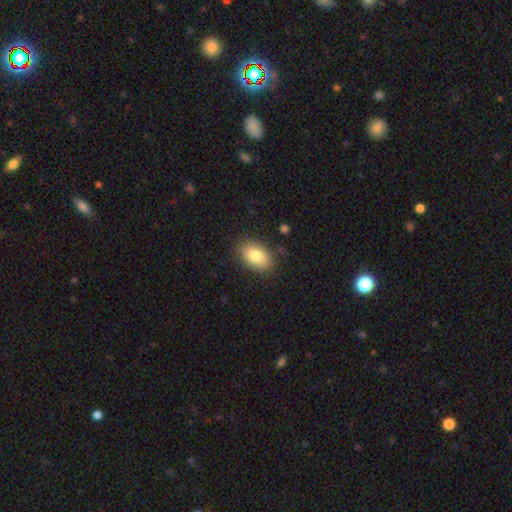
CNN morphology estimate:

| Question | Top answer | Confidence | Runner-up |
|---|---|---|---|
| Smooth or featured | smooth | 81% | featured or disk (12%) |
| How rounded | in between | 88% | round (11%) |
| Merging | none | 84% | minor disturbance (12%) |